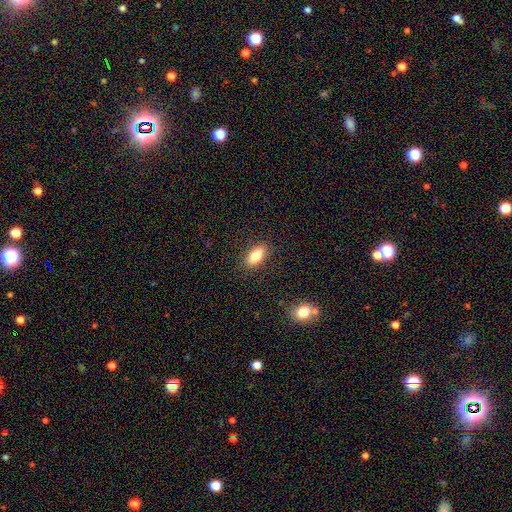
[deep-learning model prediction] Overall: smooth (81%). How rounded: in between (85%). Merging: none (87%).